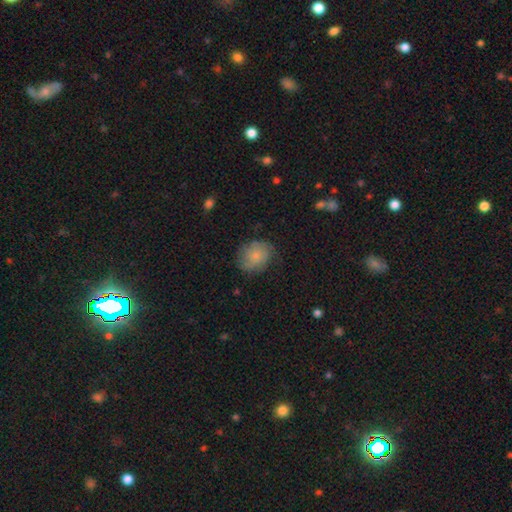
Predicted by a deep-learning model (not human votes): Smooth or featured?
  - smooth: 71% *
  - featured or disk: 21%
  - star or artifact: 8%
How rounded?
  - round: 60% *
  - in between: 39%
  - cigar-shaped: 1%
Merging?
  - none: 70% *
  - minor disturbance: 22%
  - major disturbance: 7%
  - merger: 1%